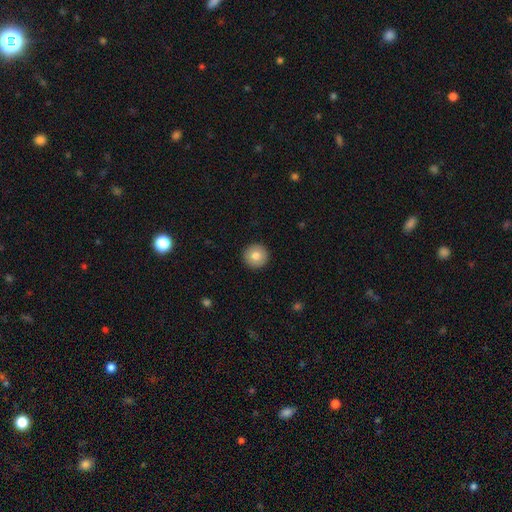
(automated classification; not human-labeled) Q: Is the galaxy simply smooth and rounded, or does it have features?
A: smooth — 80%.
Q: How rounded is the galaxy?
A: round — 96%.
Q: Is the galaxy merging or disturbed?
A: none — 93%.